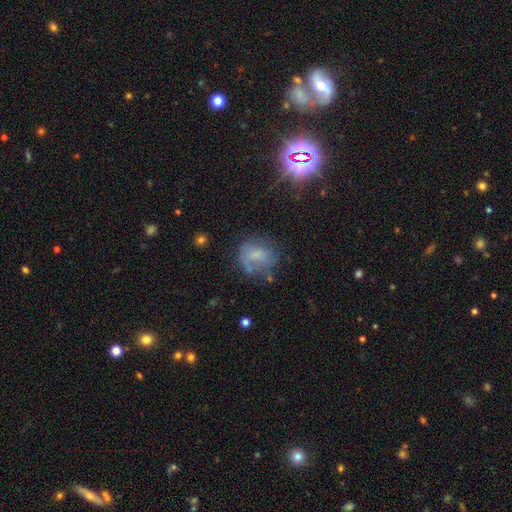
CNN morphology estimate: Smooth or featured?
  - smooth: 51% *
  - featured or disk: 31%
  - star or artifact: 18%
How rounded?
  - round: 65% *
  - in between: 34%
  - cigar-shaped: 2%
Merging?
  - none: 50% *
  - minor disturbance: 25%
  - major disturbance: 19%
  - merger: 5%